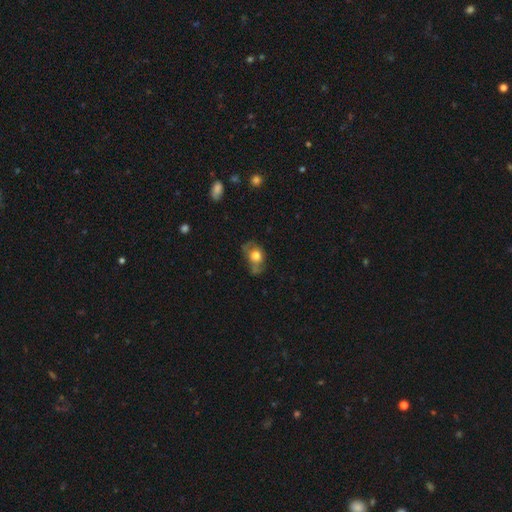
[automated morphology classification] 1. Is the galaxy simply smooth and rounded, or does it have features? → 62% smooth, 28% featured or disk, 10% star or artifact.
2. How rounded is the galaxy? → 63% in between, 35% round, 2% cigar-shaped.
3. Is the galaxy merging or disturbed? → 44% none, 31% minor disturbance, 20% major disturbance, 5% merger.